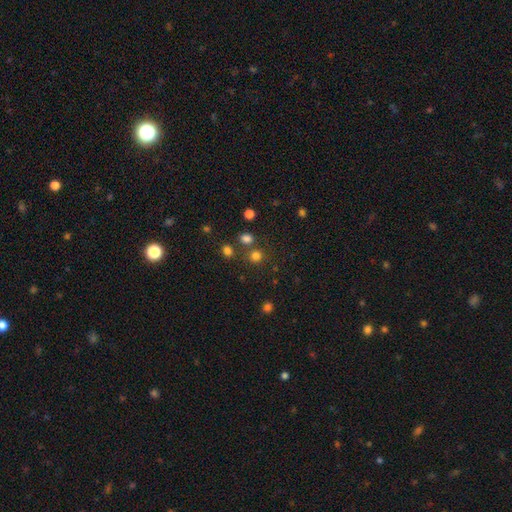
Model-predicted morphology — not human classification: smooth 76%, star or artifact 19%, featured or disk 5%. Down the decision tree: how rounded — round (87%); merging — none (73%).